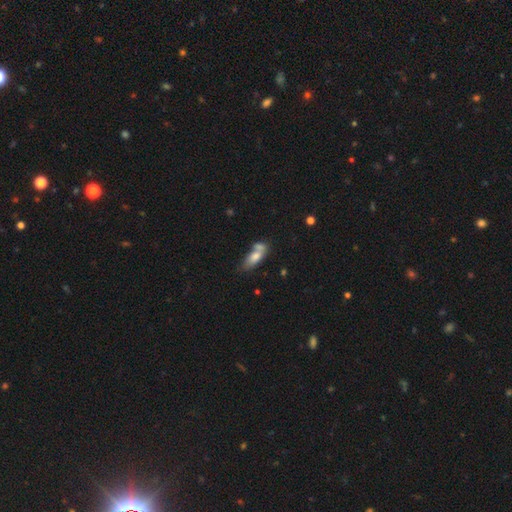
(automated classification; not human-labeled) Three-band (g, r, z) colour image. It shows a smooth galaxy with no disk features (71%) that is in between round and cigar-shaped (72%). Merging: merger (38%).